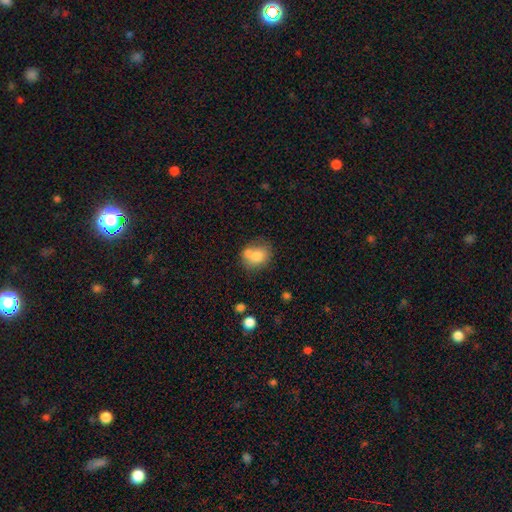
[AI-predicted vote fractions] This appears to be a smooth galaxy with no disk features (74%) that is round (59%). Merging: none (43%).